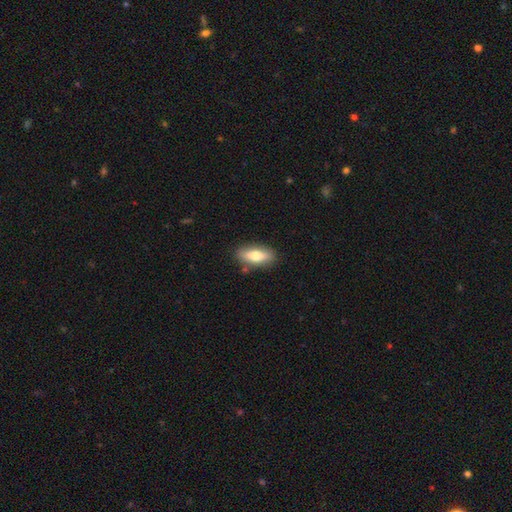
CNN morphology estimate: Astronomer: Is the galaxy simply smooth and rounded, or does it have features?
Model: smooth — 68%.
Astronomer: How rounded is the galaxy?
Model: in between — 75%.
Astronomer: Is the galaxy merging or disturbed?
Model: none — 85%.